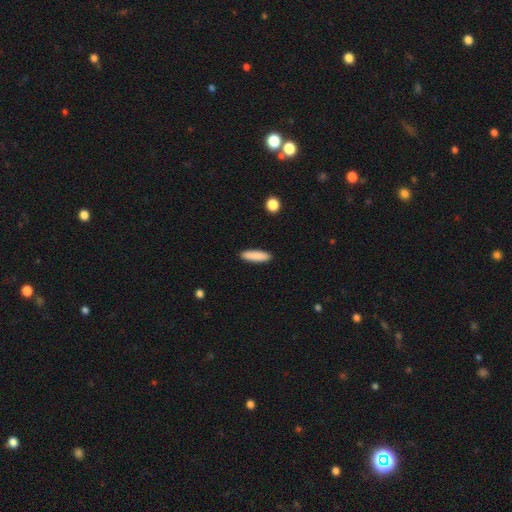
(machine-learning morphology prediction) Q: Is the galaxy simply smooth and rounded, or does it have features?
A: smooth — 89%.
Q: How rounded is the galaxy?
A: cigar-shaped — 66%.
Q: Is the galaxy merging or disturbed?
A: none — 91%.